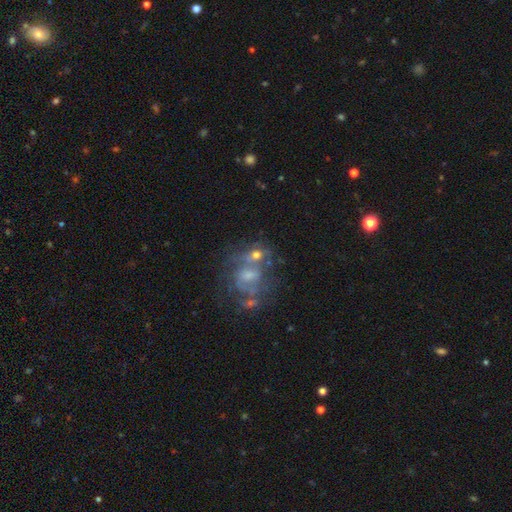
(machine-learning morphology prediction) featured or disk 65%, smooth 21%, star or artifact 14%. Down the decision tree: edge-on disk — no (97%); bar — no (54%); spiral arms — yes (59%); bulge size — small (41%); merging — merger (36%).